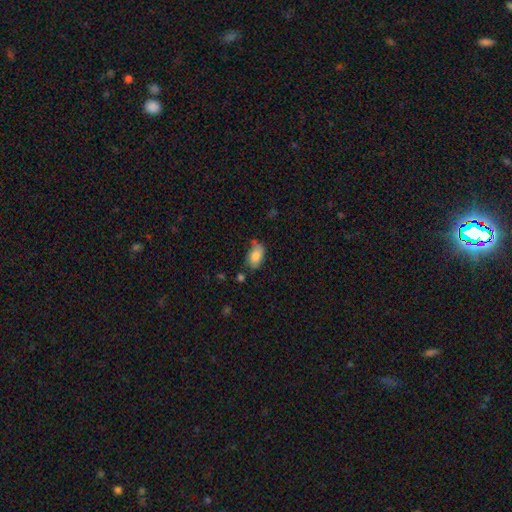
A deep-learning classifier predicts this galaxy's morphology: This is clearly a smooth galaxy (82%). How rounded: clearly in between (92%). Merging: possibly none (59%).